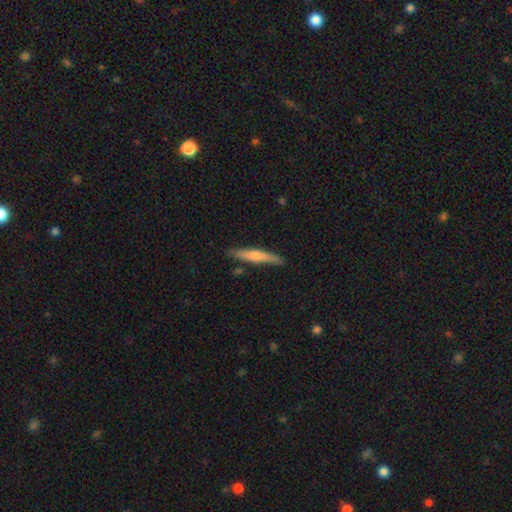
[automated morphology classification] Q: Smooth or featured?
A: smooth (47%); tied with: featured or disk (47%)
Q: Merging?
A: none (85%); runner-up: minor disturbance (11%)